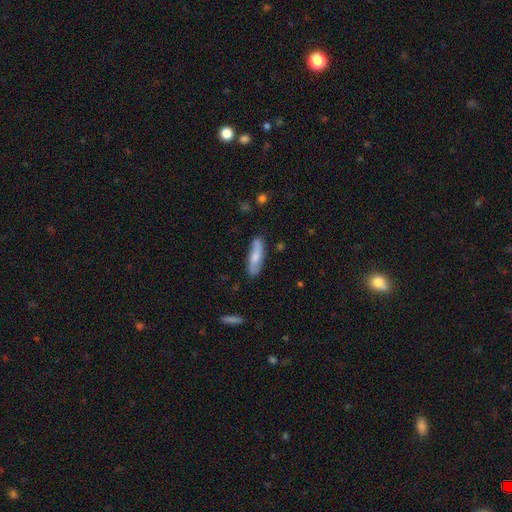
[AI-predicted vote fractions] Overall: smooth (61%; featured or disk 33%). How rounded: cigar-shaped (64%; in between 34%). Merging: none (81%).